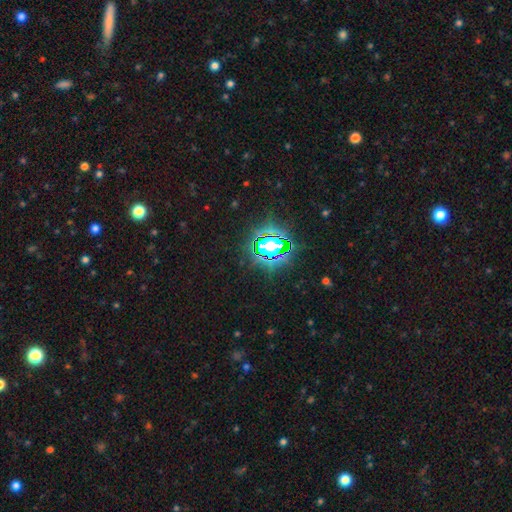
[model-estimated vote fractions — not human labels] smooth_or_featured: star or artifact (p=0.83) [alt: smooth p=0.11]